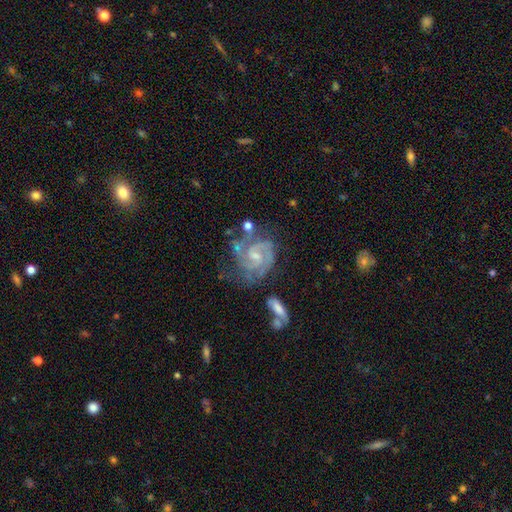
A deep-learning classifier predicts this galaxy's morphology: smooth_or_featured: featured or disk (p=0.89) [alt: star or artifact p=0.06]
disk_edge_on: no (p=0.98) [alt: yes p=0.02]
bar: weak (p=0.45) [alt: no p=0.43]
has_spiral_arms: yes (p=0.98) [alt: no p=0.02]
spiral_winding: tight (p=0.57) [alt: medium p=0.37]
spiral_arm_count: 2 (p=0.54) [alt: 3 p=0.23]
bulge_size: small (p=0.56) [alt: moderate p=0.35]
merging: none (p=0.57) [alt: minor disturbance p=0.22]